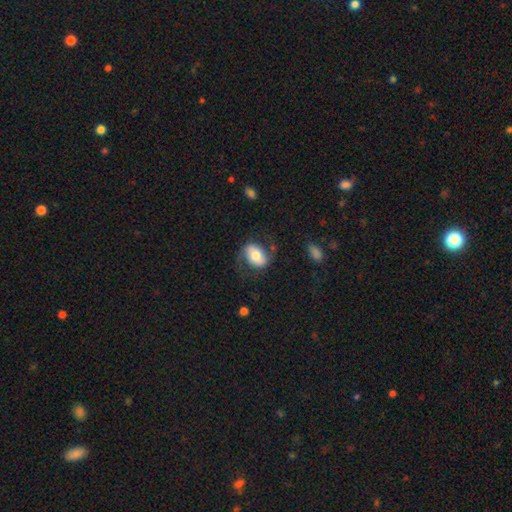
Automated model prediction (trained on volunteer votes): smooth 51%, featured or disk 42%, star or artifact 7%. Down the decision tree: how rounded — in between (78%); merging — none (61%).